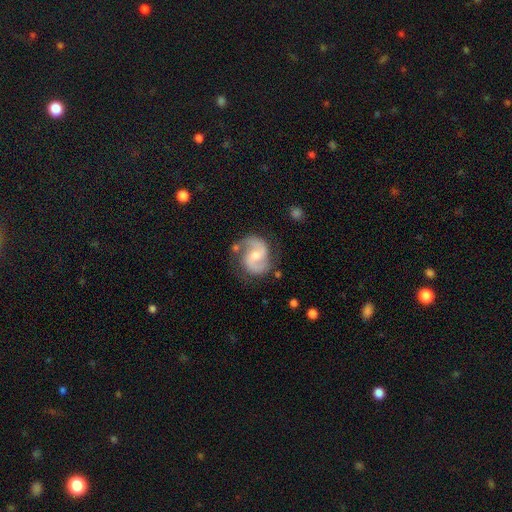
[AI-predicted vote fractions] Smooth or featured? featured or disk (87%)
Edge-on disk? no (98%)
Bar? weak (46%)
Spiral arms? yes (97%)
Spiral winding? medium (58%)
Spiral arm count? 2 (92%)
Bulge size? moderate (56%)
Merging? none (73%)